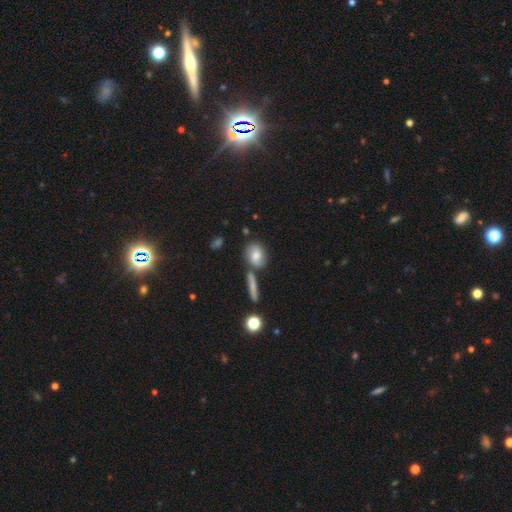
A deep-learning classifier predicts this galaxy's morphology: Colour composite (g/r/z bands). It shows a smooth galaxy with no disk features (55%) that is in between round and cigar-shaped (47%). Merging: none (62%).